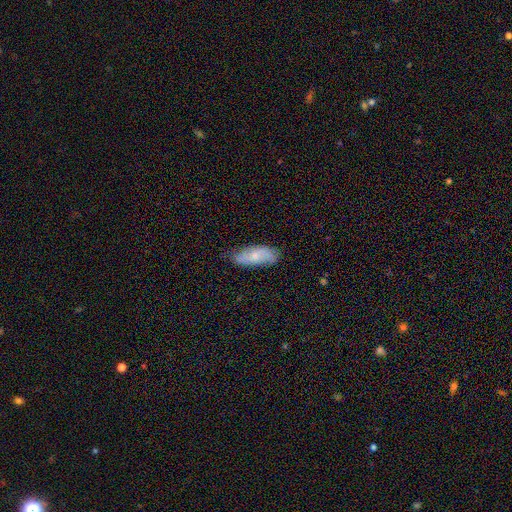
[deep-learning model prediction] A smooth galaxy with no disk features (61%) that is in between round and cigar-shaped (79%).

Vote fractions:
- Smooth or featured? smooth: 61% / featured or disk: 33% / star or artifact: 6%
- How rounded? in between: 79% / cigar-shaped: 19% / round: 2%
- Merging? none: 69% / minor disturbance: 25% / major disturbance: 5% / merger: 1%